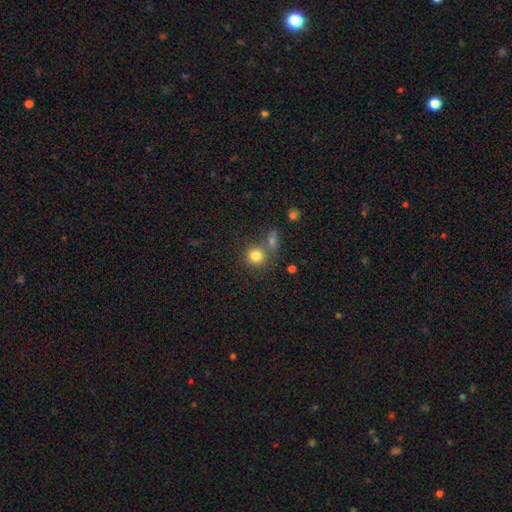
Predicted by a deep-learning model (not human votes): Morphology: type=smooth (80%); roundness=round (90%); merging=none (64%).